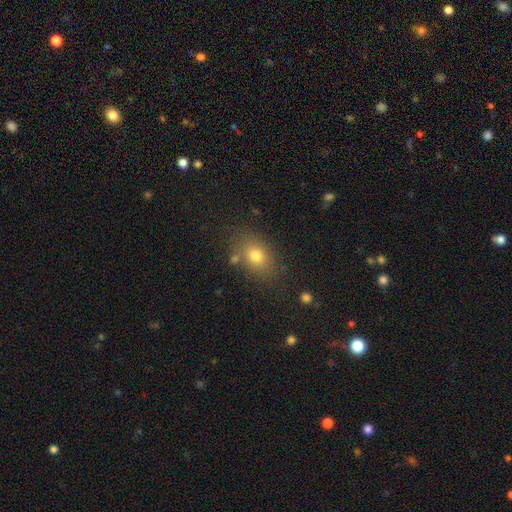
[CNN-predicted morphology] Smooth or featured? smooth (76%)
How rounded? in between (70%)
Merging? none (77%)